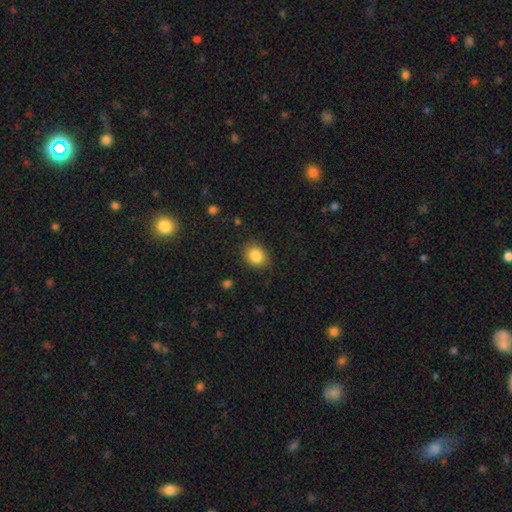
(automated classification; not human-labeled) Smooth or featured?
  - smooth: 86% *
  - star or artifact: 9%
  - featured or disk: 5%
How rounded?
  - round: 53% *
  - in between: 46%
  - cigar-shaped: 1%
Merging?
  - none: 84% *
  - minor disturbance: 12%
  - major disturbance: 3%
  - merger: 1%